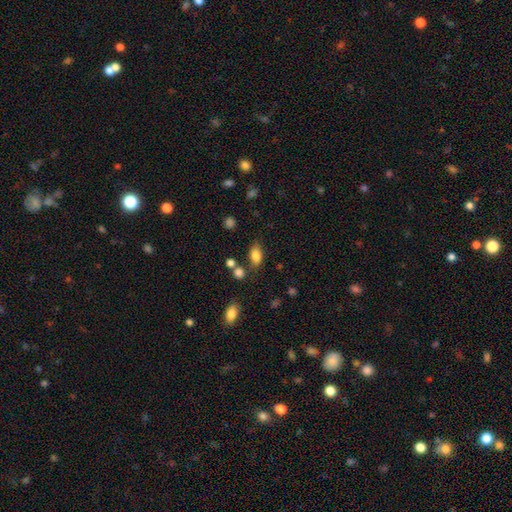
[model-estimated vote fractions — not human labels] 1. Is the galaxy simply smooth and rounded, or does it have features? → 83% smooth, 10% star or artifact, 7% featured or disk.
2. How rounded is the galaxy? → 86% in between, 11% round, 3% cigar-shaped.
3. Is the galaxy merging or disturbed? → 71% none, 16% minor disturbance, 9% merger, 5% major disturbance.